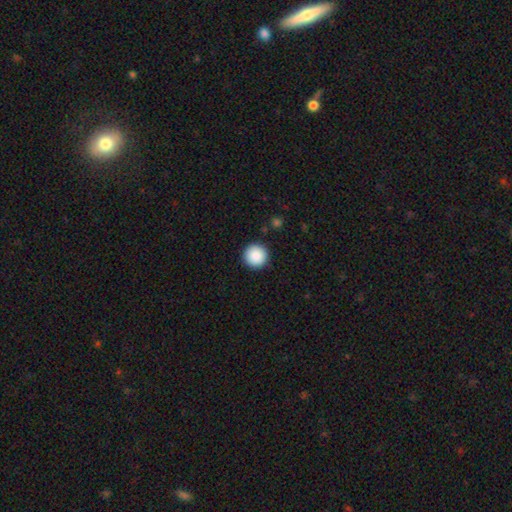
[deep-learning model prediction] smooth-or-featured: smooth: 89% | star or artifact: 8% | featured or disk: 3%
  how-rounded: round: 96% | in between: 3% | cigar-shaped: 1%
  merging: none: 92% | minor disturbance: 5% | major disturbance: 2% | merger: 1%